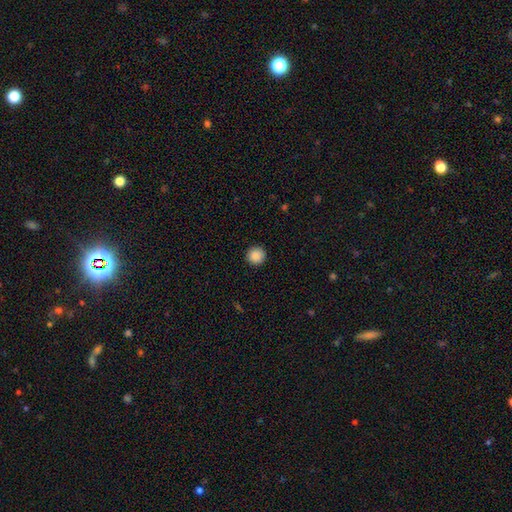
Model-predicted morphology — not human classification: Q: Smooth or featured?
A: smooth (88%); runner-up: star or artifact (9%)
Q: How rounded?
A: round (95%); runner-up: in between (4%)
Q: Merging?
A: none (93%); runner-up: minor disturbance (5%)